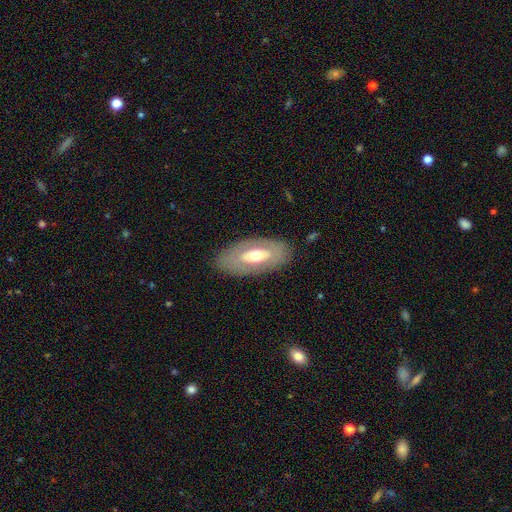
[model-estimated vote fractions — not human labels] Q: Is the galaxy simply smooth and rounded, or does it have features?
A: featured or disk — 53%.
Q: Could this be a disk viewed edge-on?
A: no — 84%.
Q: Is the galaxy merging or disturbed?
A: none — 83%.